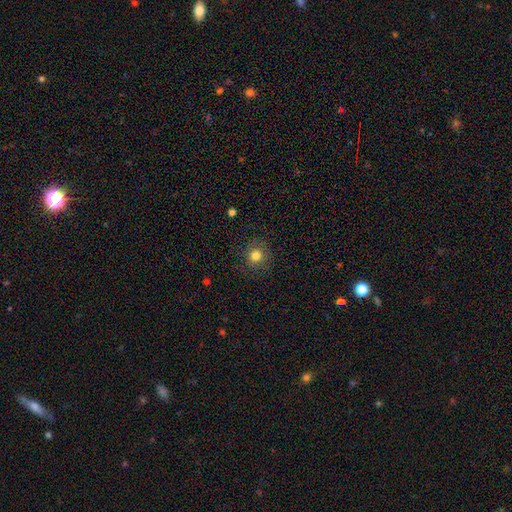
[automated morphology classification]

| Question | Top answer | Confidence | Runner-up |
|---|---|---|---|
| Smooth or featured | smooth | 81% | star or artifact (12%) |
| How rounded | round | 89% | in between (10%) |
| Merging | none | 86% | minor disturbance (9%) |